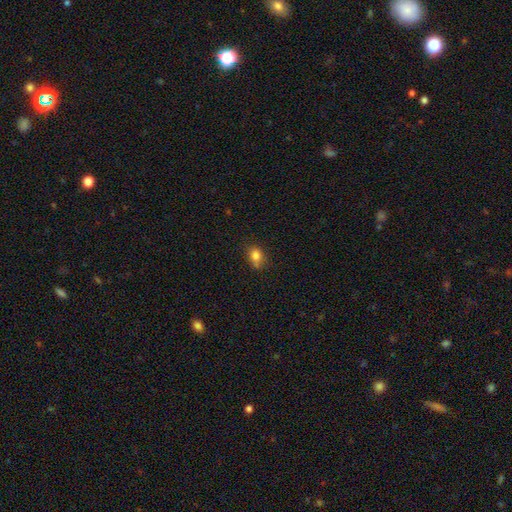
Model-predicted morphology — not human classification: Smooth or featured?
  - smooth: 81% *
  - star or artifact: 11%
  - featured or disk: 8%
How rounded?
  - in between: 53% *
  - round: 45%
  - cigar-shaped: 1%
Merging?
  - none: 58% *
  - minor disturbance: 25%
  - merger: 11%
  - major disturbance: 6%